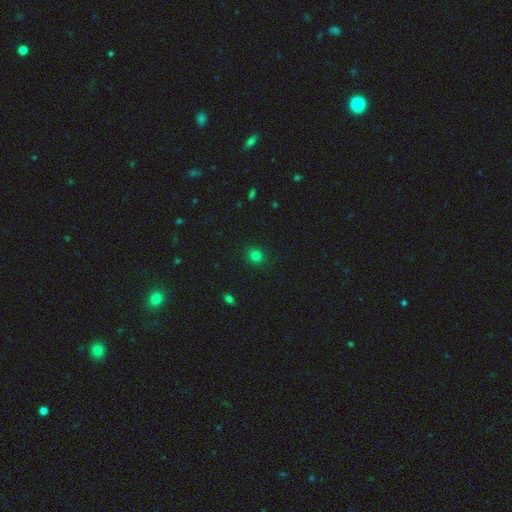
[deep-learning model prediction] Smooth or featured? Predicted: smooth (p=0.80). How rounded? Predicted: round (p=0.87). Merging? Predicted: none (p=0.91).